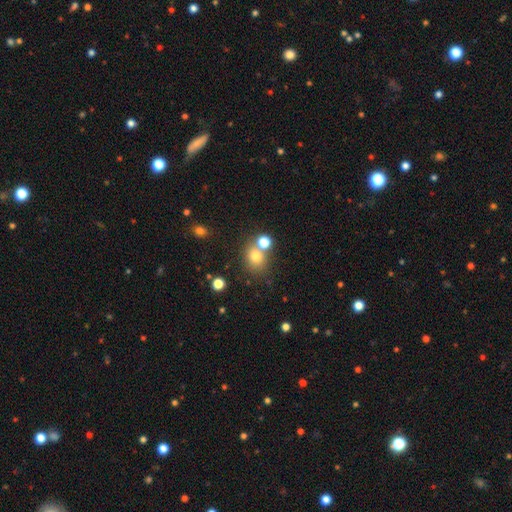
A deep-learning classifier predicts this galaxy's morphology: Overall: smooth (74%). How rounded: round (70%). Merging: none (59%; merger 27%).